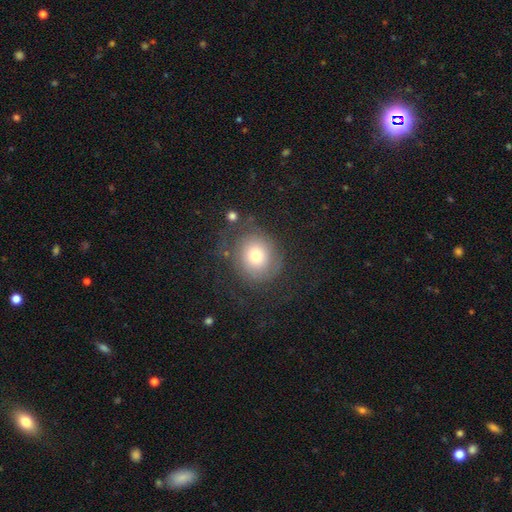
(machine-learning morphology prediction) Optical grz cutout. It shows a smooth galaxy with no disk features (55%) that is round (85%). Merging: none (64%).